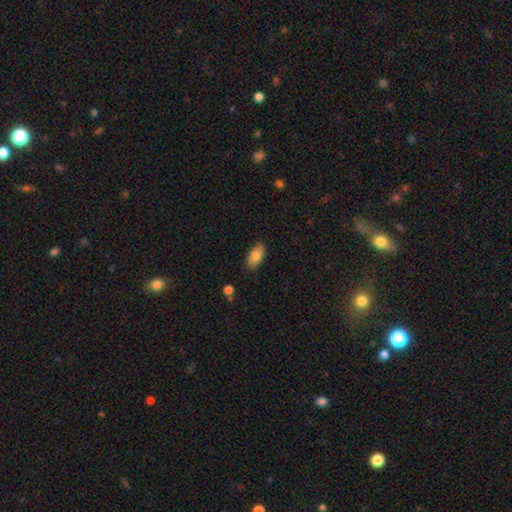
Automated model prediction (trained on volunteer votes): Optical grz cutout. It shows a smooth galaxy with no disk features (83%) that is in between round and cigar-shaped (92%). Merging: none (84%).